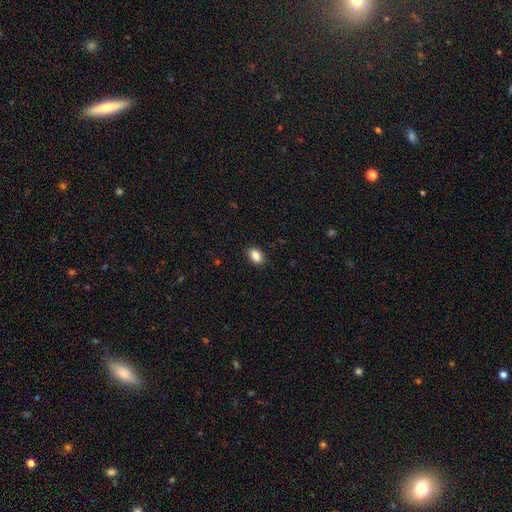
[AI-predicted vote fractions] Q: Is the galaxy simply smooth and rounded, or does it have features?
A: smooth — 88%.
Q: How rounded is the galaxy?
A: in between — 85%.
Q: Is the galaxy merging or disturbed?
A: none — 86%.